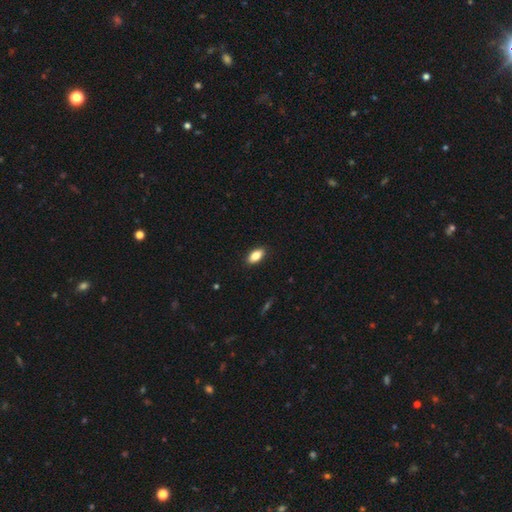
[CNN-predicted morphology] smooth_or_featured: smooth (p=0.83) [alt: featured or disk p=0.10]
how_rounded: in between (p=0.90) [alt: cigar-shaped p=0.07]
merging: none (p=0.89) [alt: minor disturbance p=0.08]